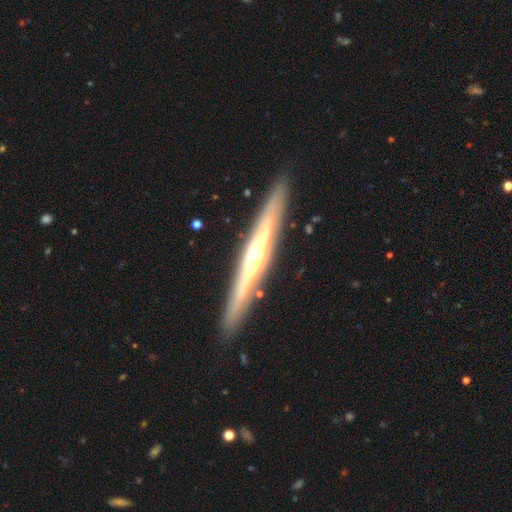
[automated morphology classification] This is likely a featured or disk galaxy (76%). It is clearly viewed edge-on (95%). Edge-on bulge: likely rounded (79%). Merging: clearly none (89%).